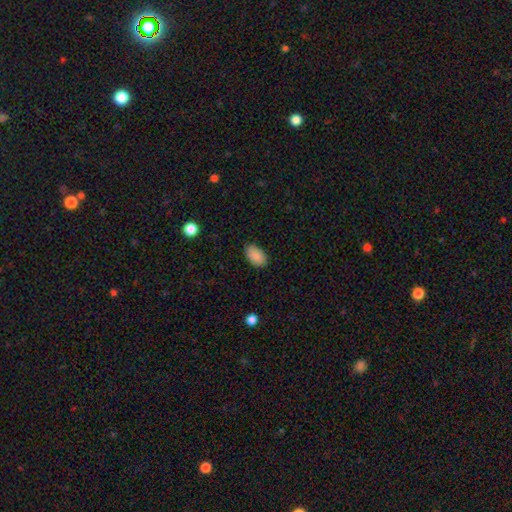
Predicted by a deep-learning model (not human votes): The model was most divided on "merging": none: 85%, minor disturbance: 12%, major disturbance: 2%, merger: 1%. More confident: how rounded — in between (93%); smooth or featured — smooth (89%).